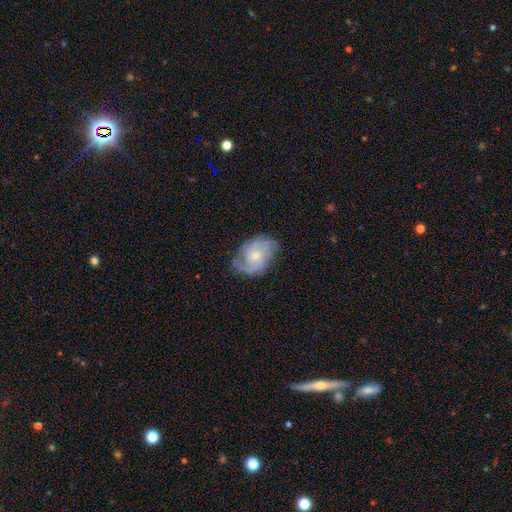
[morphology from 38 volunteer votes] Q: Smooth or featured?
A: featured or disk (82%); runner-up: smooth (16%)
Q: Edge-on disk?
A: no (97%); runner-up: yes (3%)
Q: Bar?
A: no (77%); runner-up: weak (20%)
Q: Spiral arms?
A: yes (100%)
Q: Spiral winding?
A: medium (63%); runner-up: tight (23%)
Q: Spiral arm count?
A: can't tell (37%); runner-up: 2 (33%)
Q: Bulge size?
A: moderate (60%); runner-up: small (30%)
Q: Merging?
A: none (84%); runner-up: minor disturbance (14%)